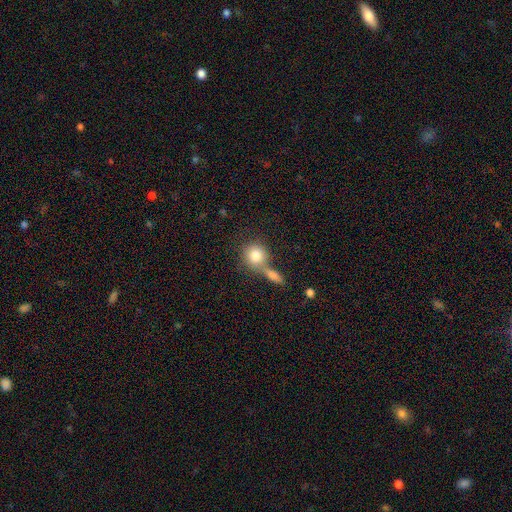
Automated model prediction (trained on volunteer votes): Smooth or featured? Predicted: smooth (p=0.81). How rounded? Predicted: round (p=0.85). Merging? Predicted: none (p=0.44).